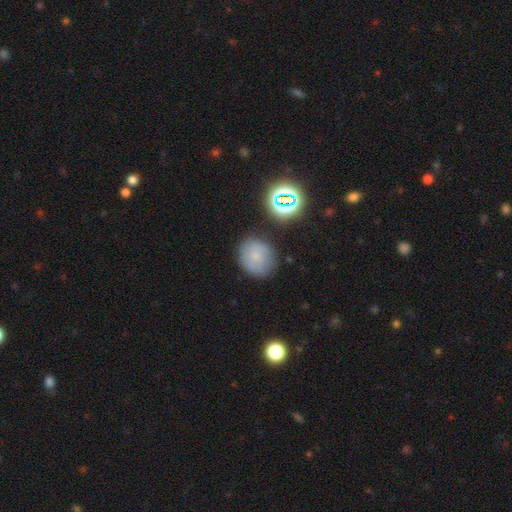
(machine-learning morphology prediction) The model was most divided on "how rounded": round: 72%, in between: 27%, cigar-shaped: 1%. More confident: merging — none (74%); smooth or featured — smooth (69%).